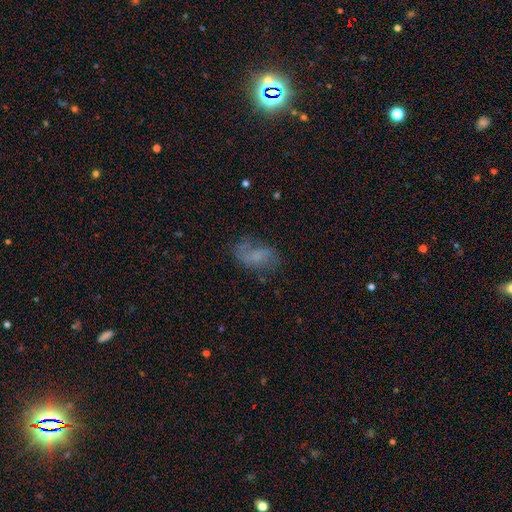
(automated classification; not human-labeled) Smooth or featured: smooth — 48% (featured or disk — 39%)
Merging: none — 55% (minor disturbance — 25%)